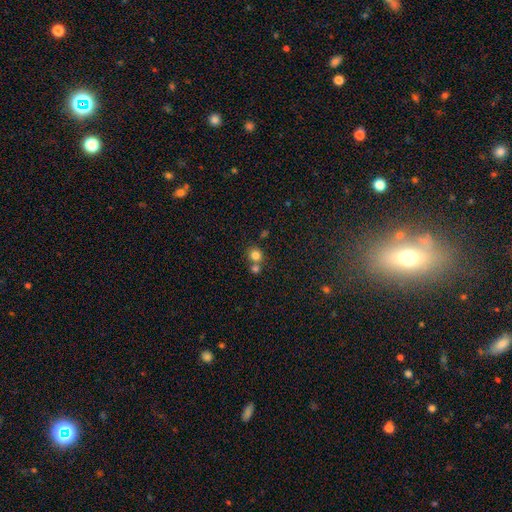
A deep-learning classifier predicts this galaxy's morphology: Overall: smooth (81%). How rounded: round (87%). Merging: none (54%; merger 37%).